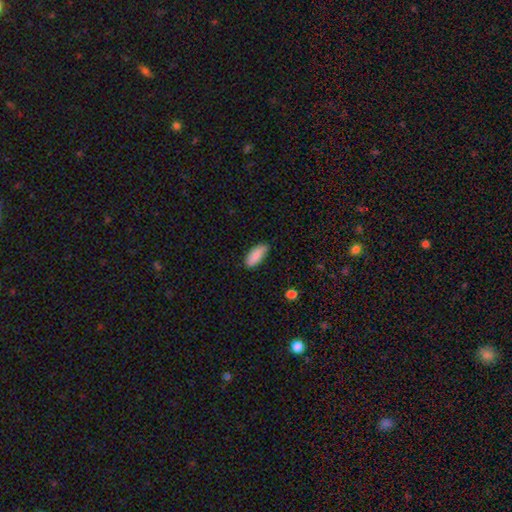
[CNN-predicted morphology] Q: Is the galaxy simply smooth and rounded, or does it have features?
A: smooth — 87%.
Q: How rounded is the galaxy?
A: in between — 82%.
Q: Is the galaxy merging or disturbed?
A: none — 76%.